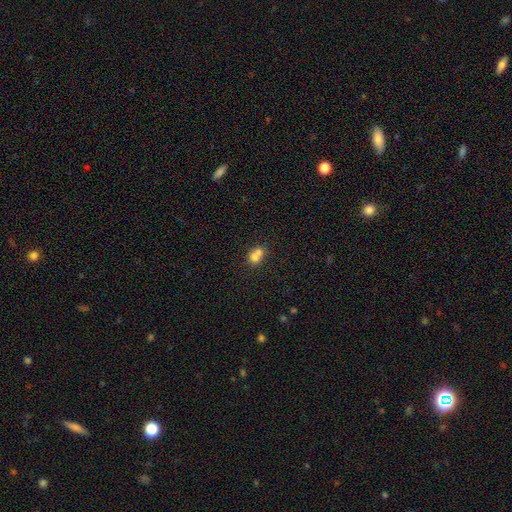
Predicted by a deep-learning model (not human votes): smooth_or_featured: smooth (p=0.70) [alt: featured or disk p=0.18]
how_rounded: round (p=0.61) [alt: in between p=0.38]
merging: merger (p=0.64) [alt: none p=0.26]